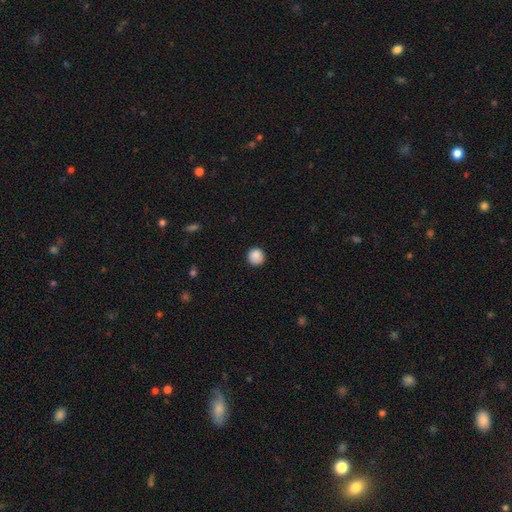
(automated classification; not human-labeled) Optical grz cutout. It shows a smooth galaxy with no disk features (88%) that is round (94%). Merging: none (88%).